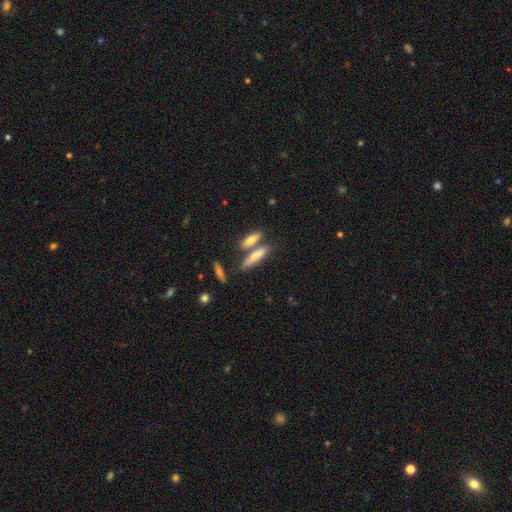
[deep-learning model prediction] A smooth galaxy with no disk features (70%) that is cigar-shaped (70%). Merging: none (56%).